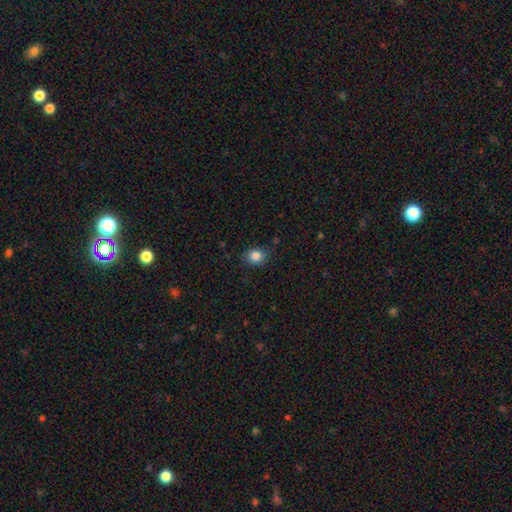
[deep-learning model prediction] smooth 84%, star or artifact 10%, featured or disk 5%. Down the decision tree: how rounded — round (61%); merging — none (84%).